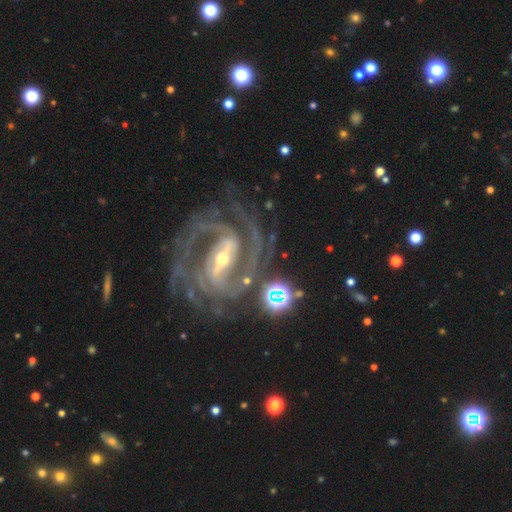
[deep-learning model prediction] Smooth or featured? featured or disk (92%)
Edge-on disk? no (97%)
Bar? strong (65%)
Spiral arms? yes (99%)
Spiral winding? tight (57%)
Spiral arm count? 2 (49%)
Bulge size? small (66%)
Merging? none (72%)